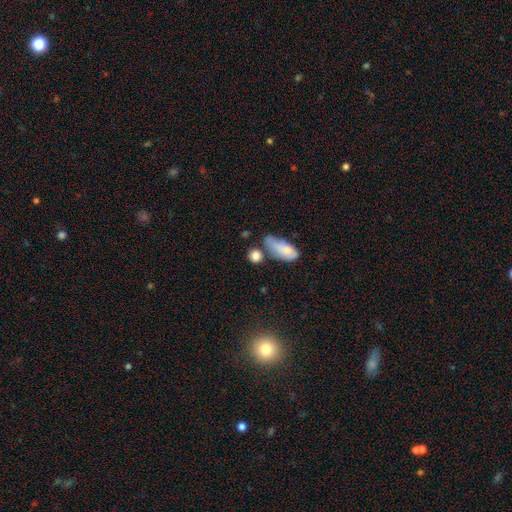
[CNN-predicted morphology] The model was most divided on "merging": none: 61%, merger: 17%, minor disturbance: 16%, major disturbance: 7%. More confident: smooth or featured — smooth (83%); how rounded — round (72%).